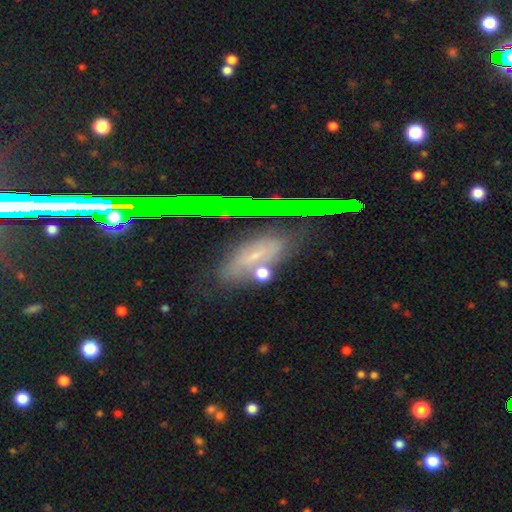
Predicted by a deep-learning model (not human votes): A smooth galaxy with no disk features (36%, tied with featured or disk).

Vote fractions:
- Smooth or featured? smooth: 36% (tied) / featured or disk: 36% (tied) / star or artifact: 28%
- Merging? none: 75% / minor disturbance: 15% / major disturbance: 5% / merger: 5%